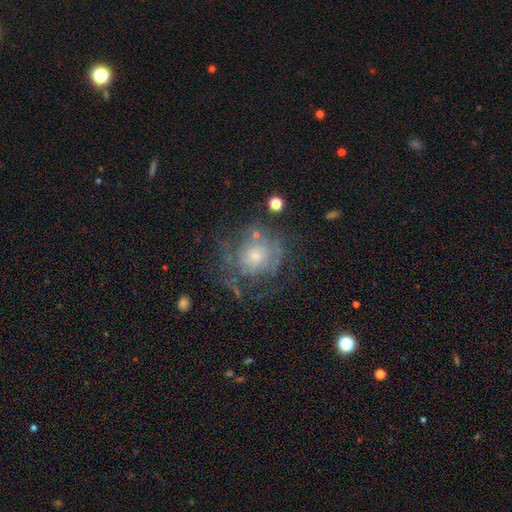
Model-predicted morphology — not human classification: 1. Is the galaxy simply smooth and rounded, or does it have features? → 58% featured or disk, 31% smooth, 11% star or artifact.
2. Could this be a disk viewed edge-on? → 97% no, 3% yes.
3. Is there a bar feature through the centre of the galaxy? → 83% no, 15% weak, 3% strong.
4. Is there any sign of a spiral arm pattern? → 60% yes, 40% no.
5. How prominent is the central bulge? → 42% moderate, 41% small, 9% large, 5% none, 2% dominant.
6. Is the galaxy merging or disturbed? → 55% none, 21% major disturbance, 20% minor disturbance, 4% merger.